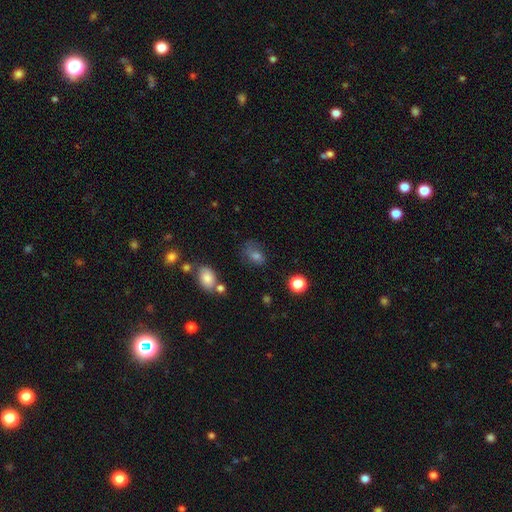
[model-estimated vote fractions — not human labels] This is likely a smooth galaxy (67%). How rounded: likely in between (72%). Merging: possibly none (55%).